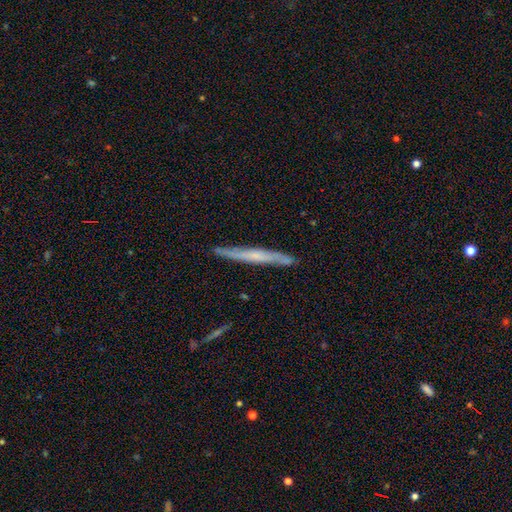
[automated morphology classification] smooth-or-featured: featured or disk: 55% | smooth: 39% | star or artifact: 6%
  disk-edge-on: yes: 93% | no: 7%
    edge-on-bulge: none: 64% | rounded: 25% | boxy: 10%
  merging: none: 85% | minor disturbance: 11% | major disturbance: 2% | merger: 2%